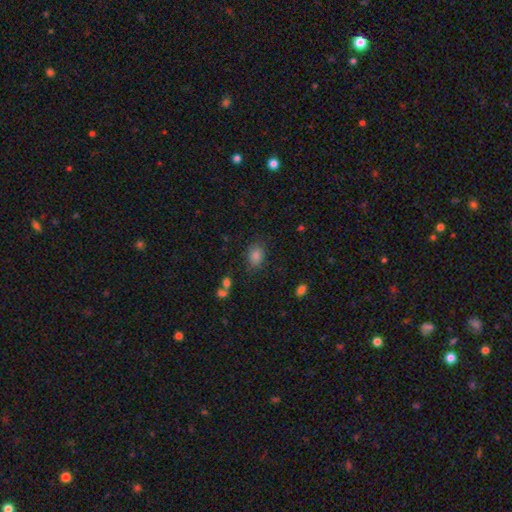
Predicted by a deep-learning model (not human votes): smooth-or-featured: smooth: 82% | star or artifact: 13% | featured or disk: 5%
  how-rounded: in between: 74% | round: 25% | cigar-shaped: 1%
  merging: none: 81% | minor disturbance: 12% | major disturbance: 4% | merger: 3%